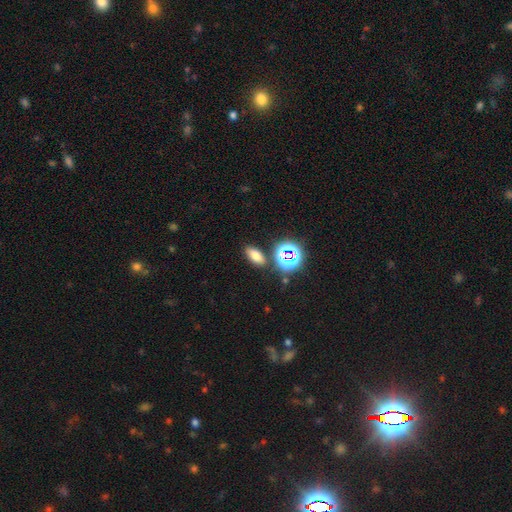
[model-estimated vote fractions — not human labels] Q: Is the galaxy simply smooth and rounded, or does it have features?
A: smooth — 68%.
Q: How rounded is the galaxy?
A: in between — 79%.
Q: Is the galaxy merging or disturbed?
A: none — 83%.